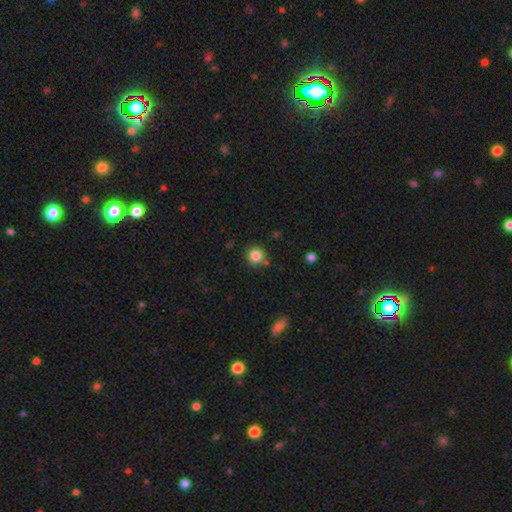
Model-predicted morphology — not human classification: Overall: smooth (83%). How rounded: round (94%). Merging: none (85%).